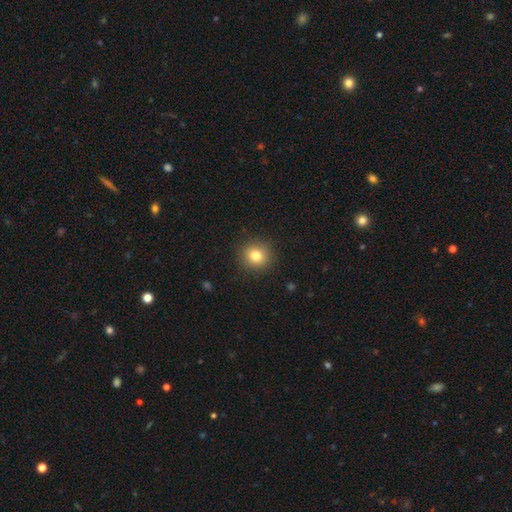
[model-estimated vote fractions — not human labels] smooth 80%, star or artifact 12%, featured or disk 8%. Down the decision tree: how rounded — round (88%); merging — none (91%).